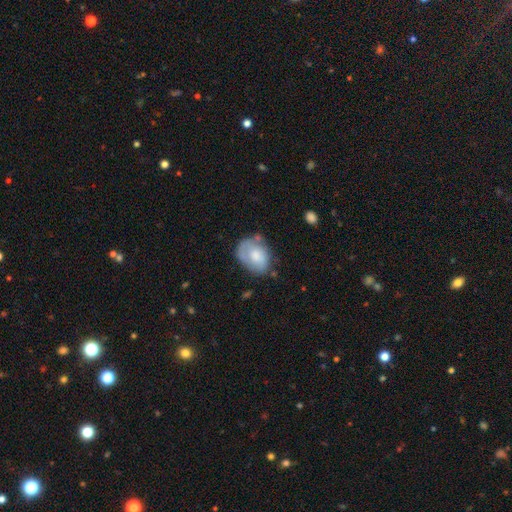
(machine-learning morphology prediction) This appears to be a smooth galaxy with no disk features (62%) that is in between round and cigar-shaped (66%). Merging: none (50%).